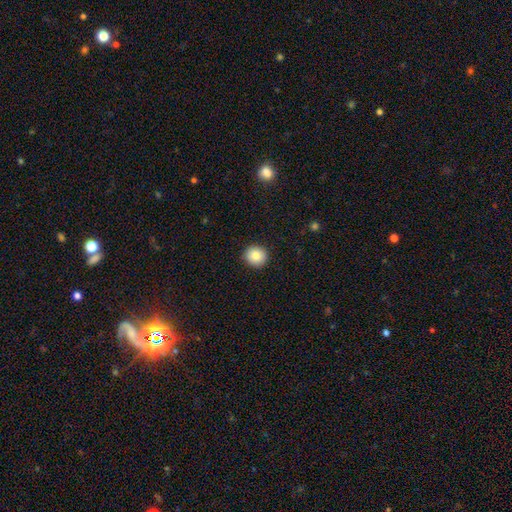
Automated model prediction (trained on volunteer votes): Overall: smooth (85%). How rounded: round (90%). Merging: none (91%).